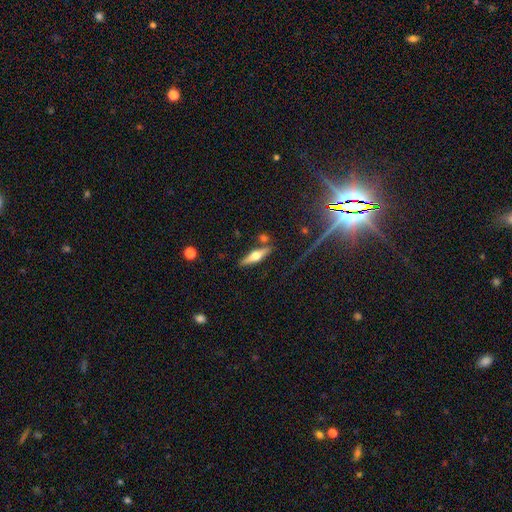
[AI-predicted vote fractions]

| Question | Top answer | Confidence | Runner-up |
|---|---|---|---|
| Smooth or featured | featured or disk | 63% | smooth (31%) |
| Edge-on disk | yes | 96% | no (4%) |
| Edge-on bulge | rounded | 93% | boxy (5%) |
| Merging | none | 81% | minor disturbance (11%) |